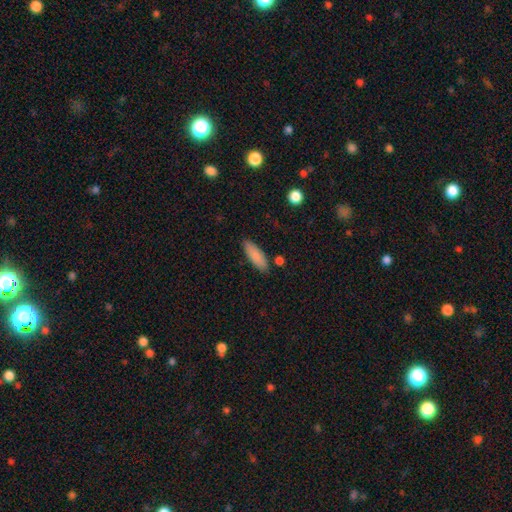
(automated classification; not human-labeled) This appears to be a smooth galaxy with no disk features (85%) that is in between round and cigar-shaped (58%). Merging: none (84%).